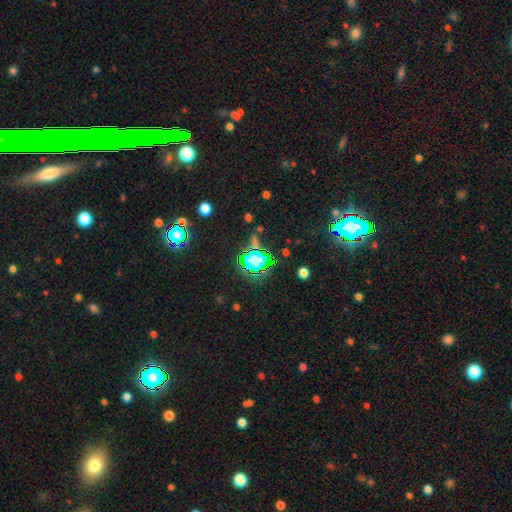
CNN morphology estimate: Smooth or featured? star or artifact (80%)